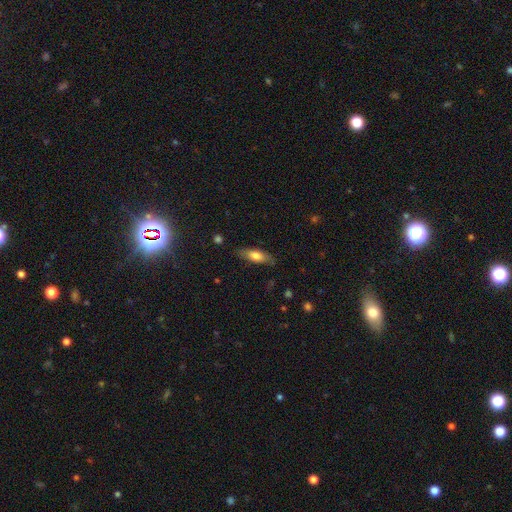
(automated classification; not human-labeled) Smooth or featured? smooth (69%)
How rounded? in between (60%)
Merging? none (80%)